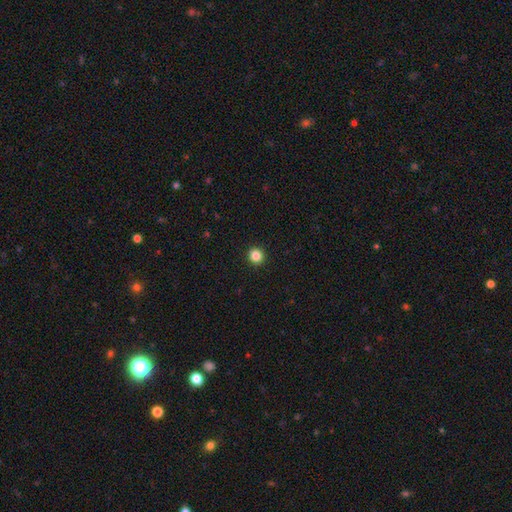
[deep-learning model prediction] smooth-or-featured: smooth: 85% | star or artifact: 11% | featured or disk: 3%
  how-rounded: round: 92% | in between: 7% | cigar-shaped: 1%
  merging: none: 93% | minor disturbance: 4% | major disturbance: 1% | merger: 1%